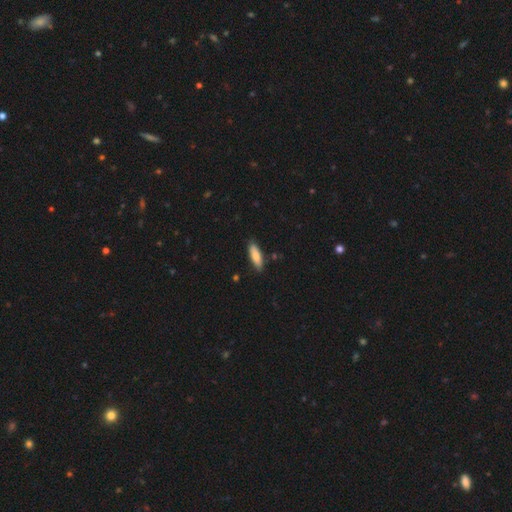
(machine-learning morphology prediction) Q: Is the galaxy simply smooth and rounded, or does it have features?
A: smooth — 81%.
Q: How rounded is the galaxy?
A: cigar-shaped — 52%.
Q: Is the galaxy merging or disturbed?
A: none — 84%.